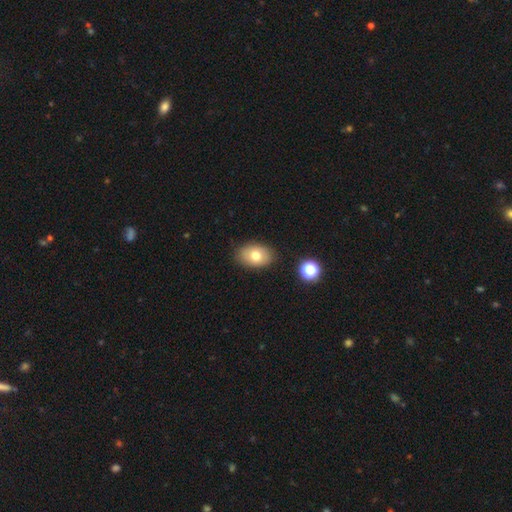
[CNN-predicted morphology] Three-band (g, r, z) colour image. It shows a smooth galaxy with no disk features (74%) that is in between round and cigar-shaped (82%). Merging: none (84%).